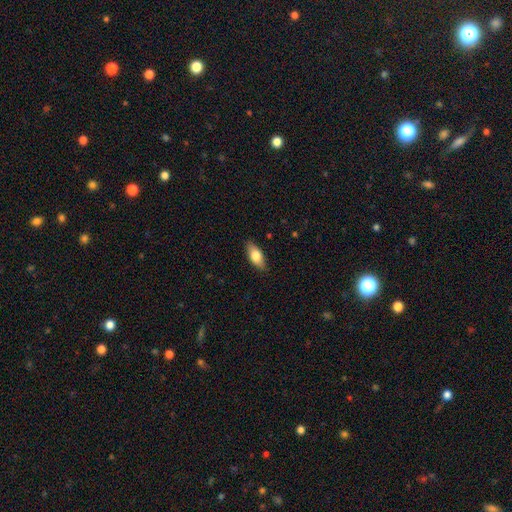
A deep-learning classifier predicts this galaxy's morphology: type=smooth (76%); roundness=in between (83%); merging=none (87%).